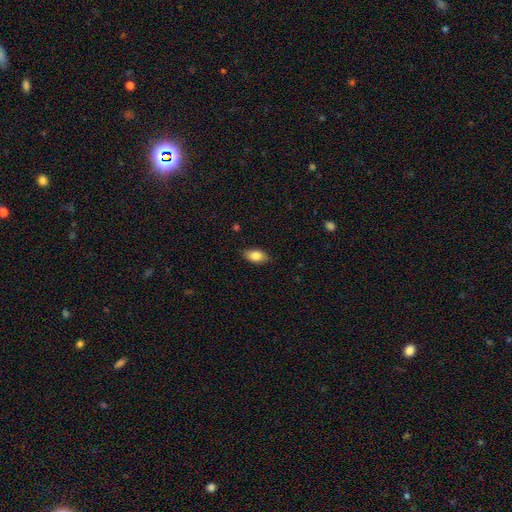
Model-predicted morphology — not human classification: Overall: smooth (84%). How rounded: in between (91%). Merging: none (83%).